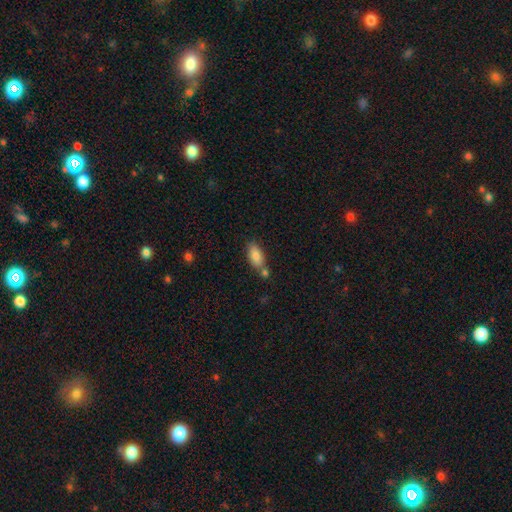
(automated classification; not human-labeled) Morphology: type=smooth (84%); roundness=in between (88%); merging=none (61%).